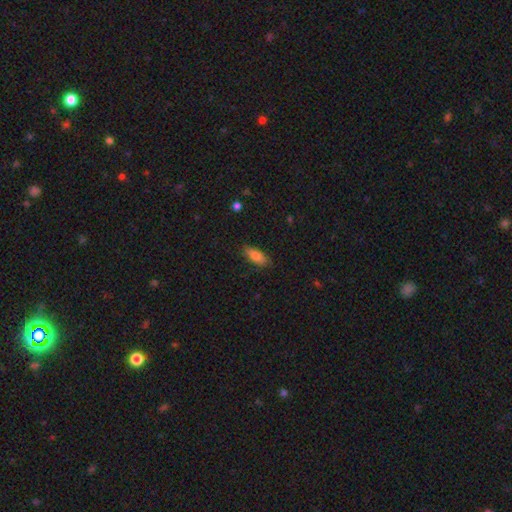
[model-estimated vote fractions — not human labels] smooth-or-featured: smooth: 83% | featured or disk: 10% | star or artifact: 7%
  how-rounded: in between: 72% | cigar-shaped: 26% | round: 2%
  merging: none: 82% | minor disturbance: 14% | major disturbance: 3% | merger: 1%